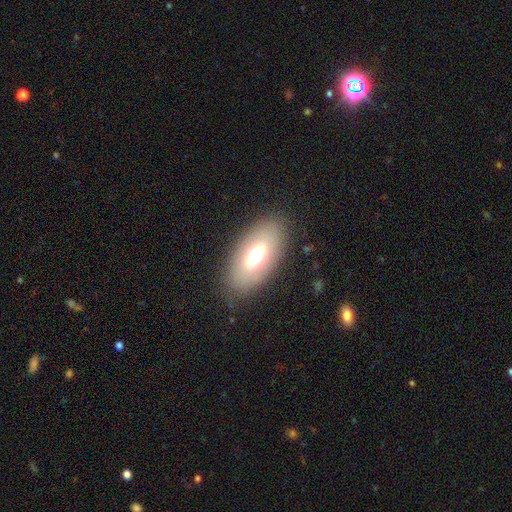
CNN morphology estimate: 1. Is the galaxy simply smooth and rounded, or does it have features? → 64% smooth, 26% featured or disk, 10% star or artifact.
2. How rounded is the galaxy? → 91% in between, 6% round, 4% cigar-shaped.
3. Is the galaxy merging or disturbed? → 83% none, 10% minor disturbance, 5% major disturbance, 1% merger.